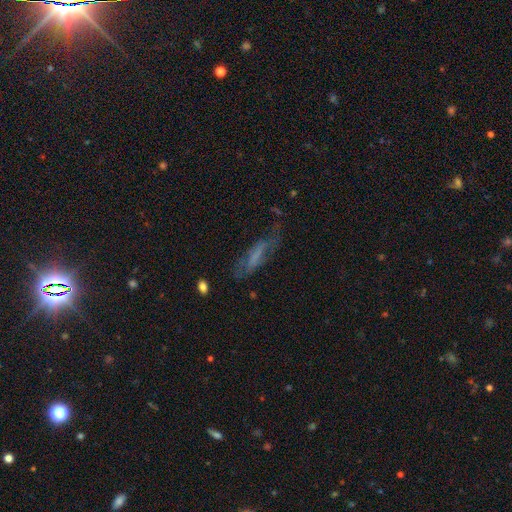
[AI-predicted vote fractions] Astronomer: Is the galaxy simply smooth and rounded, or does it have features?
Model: featured or disk — 46% (runner-up: smooth, 42%).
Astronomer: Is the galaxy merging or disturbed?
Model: none — 50%.